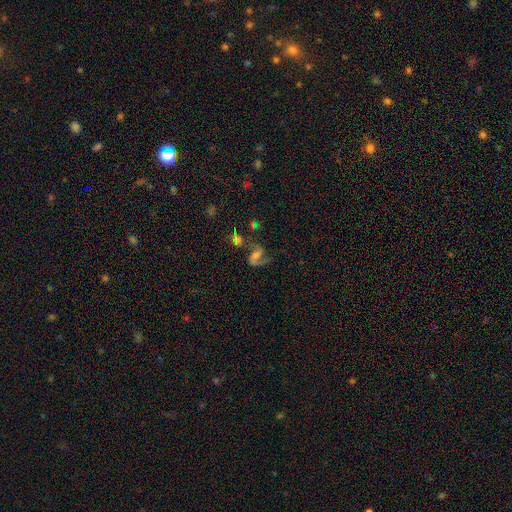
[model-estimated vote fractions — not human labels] Smooth or featured: featured or disk — 73% (smooth — 15%)
Edge-on disk: no — 97% (yes — 3%)
Bar: weak — 44% (no — 36%)
Spiral arms: yes — 91% (no — 9%)
Spiral winding: loose — 50% (medium — 41%)
Spiral arm count: 2 — 73% (1 — 21%)
Bulge size: moderate — 37% (small — 31%)
Merging: none — 43% (major disturbance — 23%)